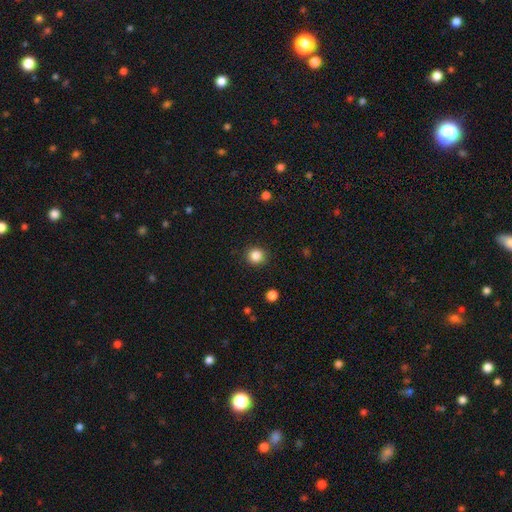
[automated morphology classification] smooth 86%, star or artifact 11%, featured or disk 4%. Down the decision tree: how rounded — round (90%); merging — none (90%).